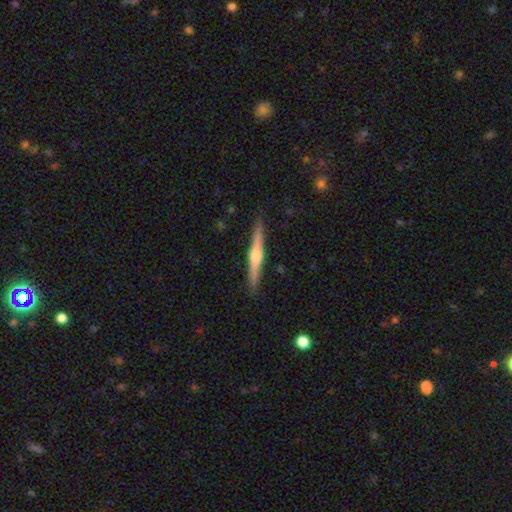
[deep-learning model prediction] smooth-or-featured: featured or disk: 70% | smooth: 25% | star or artifact: 5%
  disk-edge-on: yes: 98% | no: 2%
    edge-on-bulge: rounded: 90% | none: 5% | boxy: 5%
  merging: none: 90% | minor disturbance: 7% | major disturbance: 1% | merger: 1%